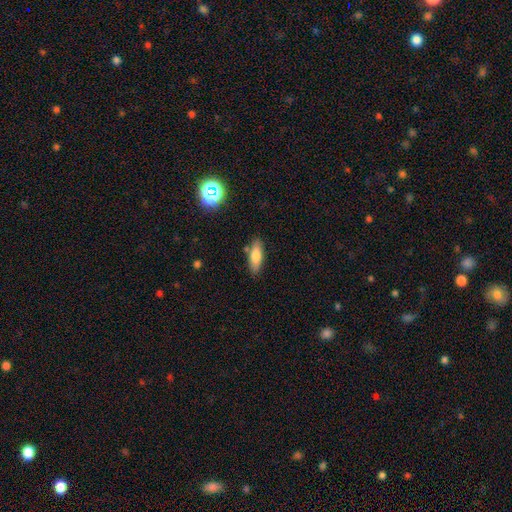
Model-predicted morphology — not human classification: smooth 75%, featured or disk 17%, star or artifact 8%. Down the decision tree: how rounded — in between (58%); merging — none (82%).